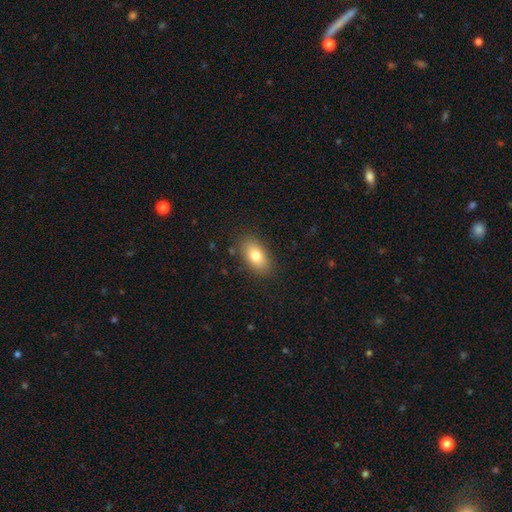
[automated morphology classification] A smooth galaxy with no disk features (80%) that is in between round and cigar-shaped (92%).

Vote fractions:
- Smooth or featured? smooth: 80% / featured or disk: 12% / star or artifact: 8%
- How rounded? in between: 92% / round: 6% / cigar-shaped: 3%
- Merging? none: 85% / minor disturbance: 10% / major disturbance: 3% / merger: 1%